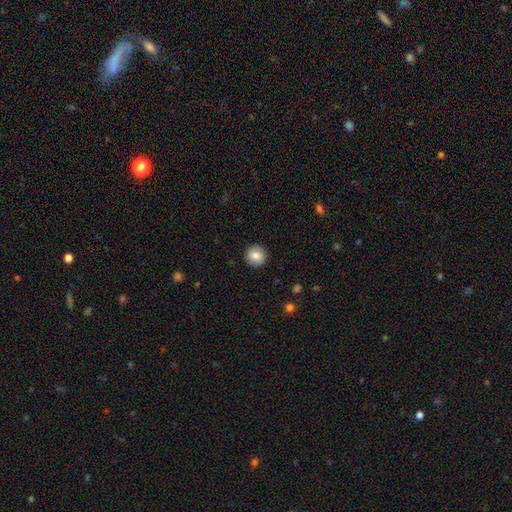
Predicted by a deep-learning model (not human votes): smooth_or_featured: smooth (p=0.85) [alt: star or artifact p=0.08]
how_rounded: round (p=0.93) [alt: in between p=0.06]
merging: none (p=0.91) [alt: minor disturbance p=0.06]